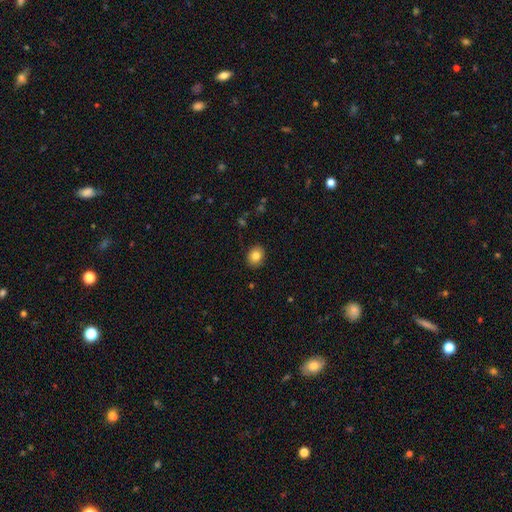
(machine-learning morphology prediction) smooth 84%, star or artifact 9%, featured or disk 7%. Down the decision tree: how rounded — round (53%); merging — none (89%).